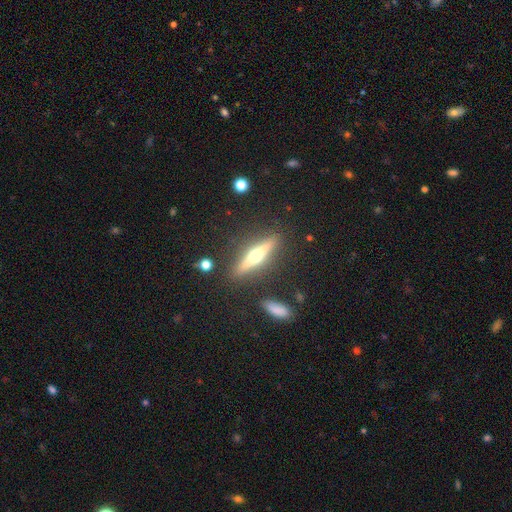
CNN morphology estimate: Overall: featured or disk (69%). Edge-on disk: yes (96%). Edge-on bulge: rounded (94%). Merging: none (87%).